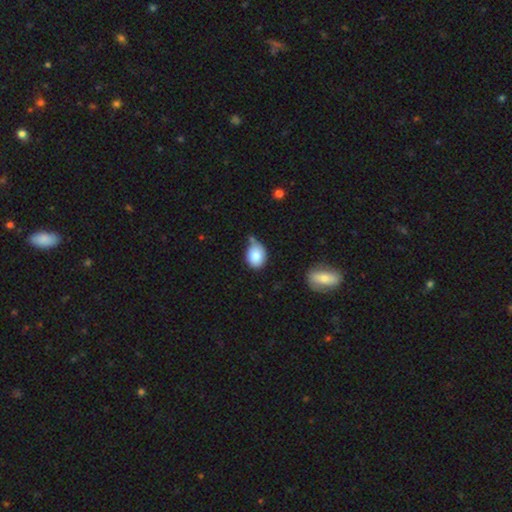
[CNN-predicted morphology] smooth 85%, featured or disk 8%, star or artifact 7%. Down the decision tree: how rounded — in between (65%); merging — none (48%).